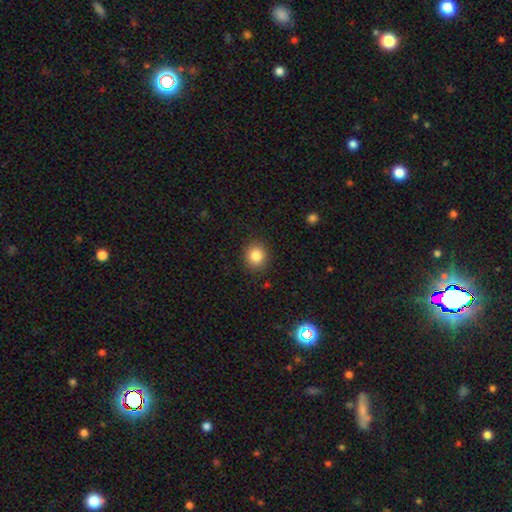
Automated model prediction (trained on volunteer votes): smooth-or-featured: smooth: 84% | star or artifact: 10% | featured or disk: 6%
  how-rounded: round: 79% | in between: 20% | cigar-shaped: 1%
  merging: none: 89% | minor disturbance: 8% | major disturbance: 2% | merger: 1%